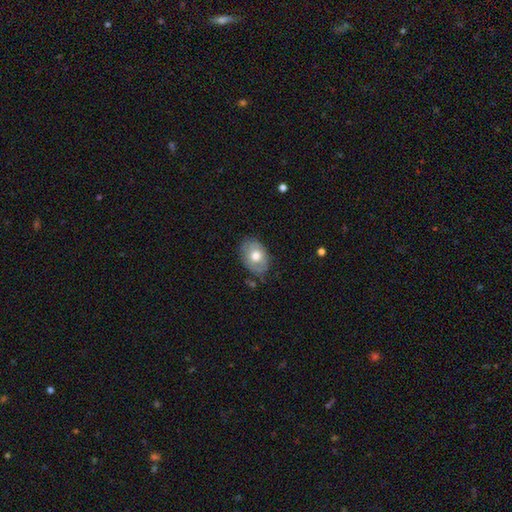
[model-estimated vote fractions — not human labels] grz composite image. It shows a smooth galaxy with no disk features (64%) that is in between round and cigar-shaped (81%). Merging: none (76%).